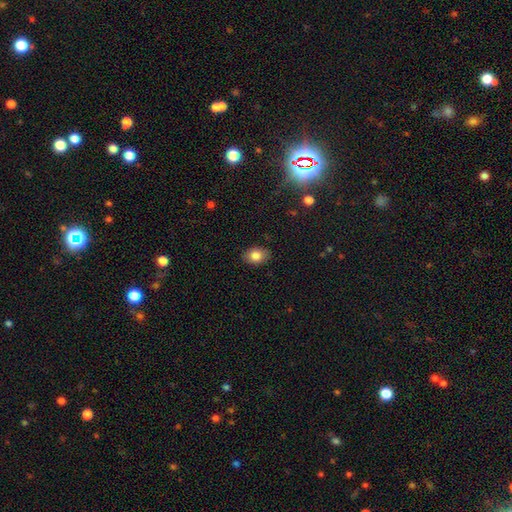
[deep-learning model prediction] smooth-or-featured: smooth: 83% | featured or disk: 9% | star or artifact: 9%
  how-rounded: in between: 76% | round: 23% | cigar-shaped: 1%
  merging: none: 86% | minor disturbance: 10% | major disturbance: 2% | merger: 1%